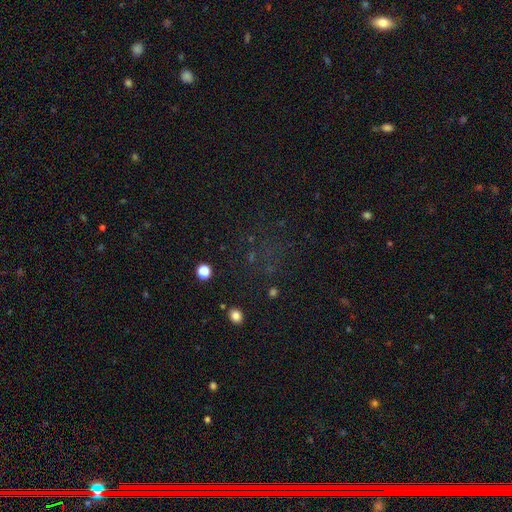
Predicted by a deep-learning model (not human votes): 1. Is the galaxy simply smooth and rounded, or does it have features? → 57% star or artifact, 30% smooth, 12% featured or disk.